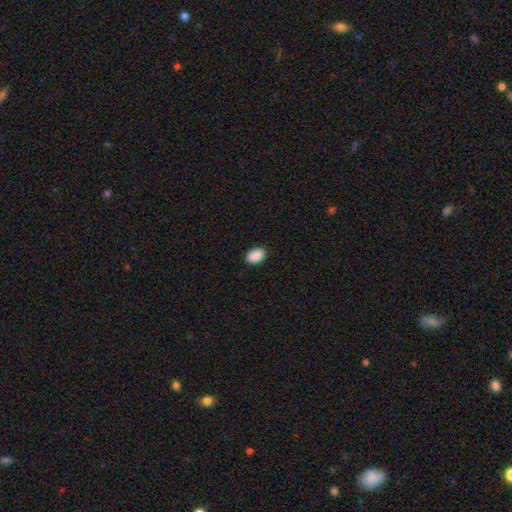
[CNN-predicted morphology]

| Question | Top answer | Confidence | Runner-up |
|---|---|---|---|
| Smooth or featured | smooth | 90% | star or artifact (7%) |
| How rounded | in between | 88% | round (11%) |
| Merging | none | 88% | minor disturbance (9%) |